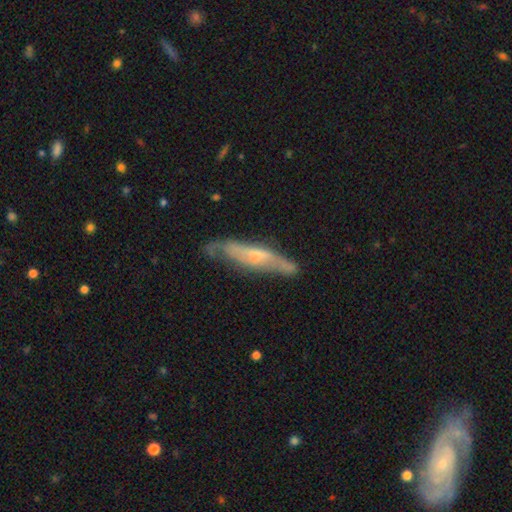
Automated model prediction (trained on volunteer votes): smooth_or_featured: featured or disk (p=0.66) [alt: smooth p=0.28]
disk_edge_on: yes (p=0.65) [alt: no p=0.35]
merging: none (p=0.69) [alt: minor disturbance p=0.23]